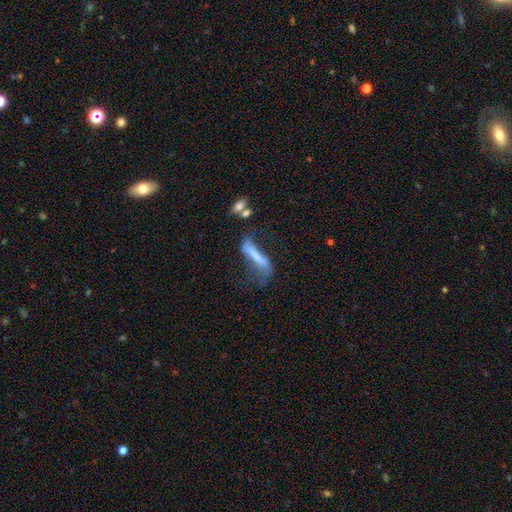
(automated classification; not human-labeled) Smooth or featured? featured or disk (45%, tied with smooth)
Merging? major disturbance (38%)